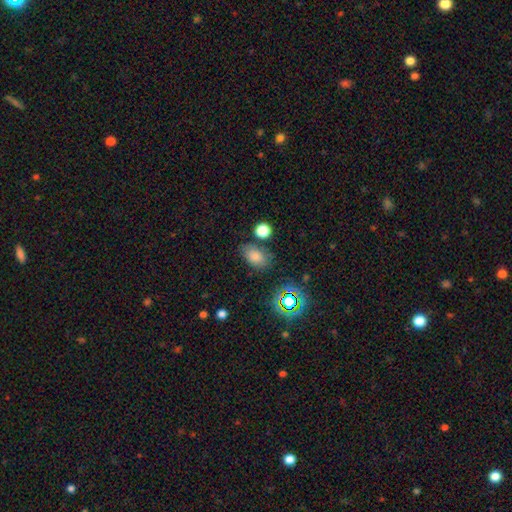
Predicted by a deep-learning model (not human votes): Overall: smooth (71%). How rounded: in between (83%). Merging: none (76%).